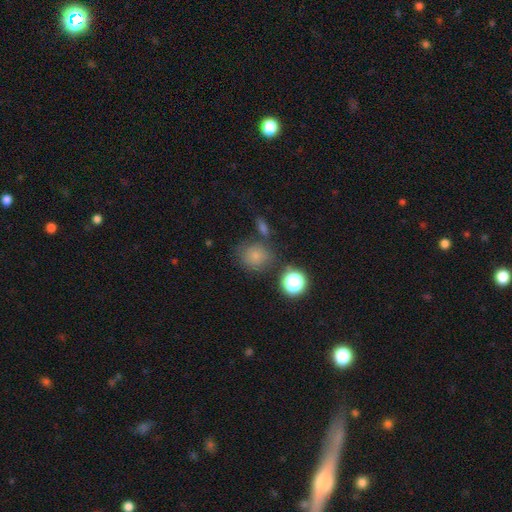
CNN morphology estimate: A smooth galaxy with no disk features (75%) that is round (74%). Merging: none (67%).